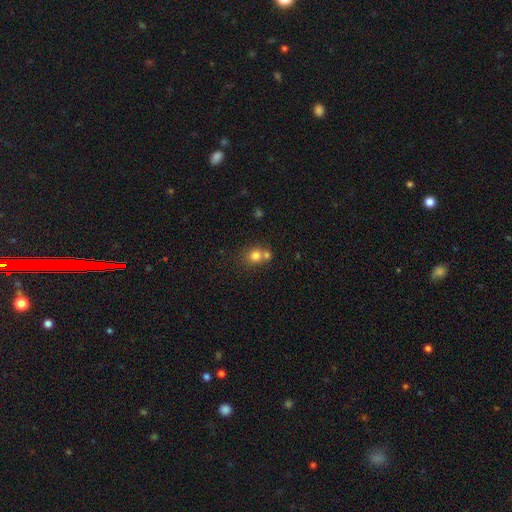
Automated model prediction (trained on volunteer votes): Smooth or featured: smooth — 77% (star or artifact — 12%)
How rounded: round — 80% (in between — 20%)
Merging: none — 46% (merger — 43%)